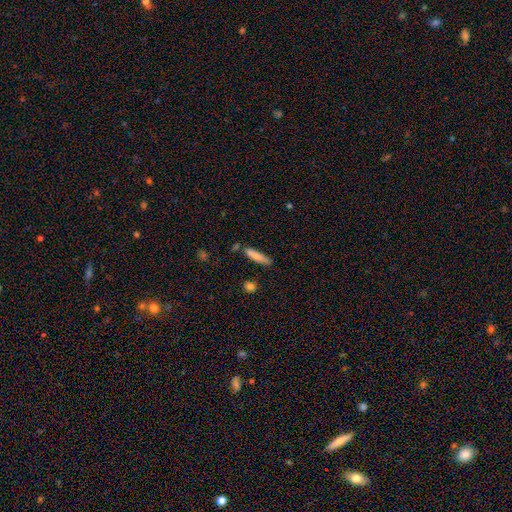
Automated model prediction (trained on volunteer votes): Overall: smooth (81%). How rounded: cigar-shaped (83%). Merging: none (74%).